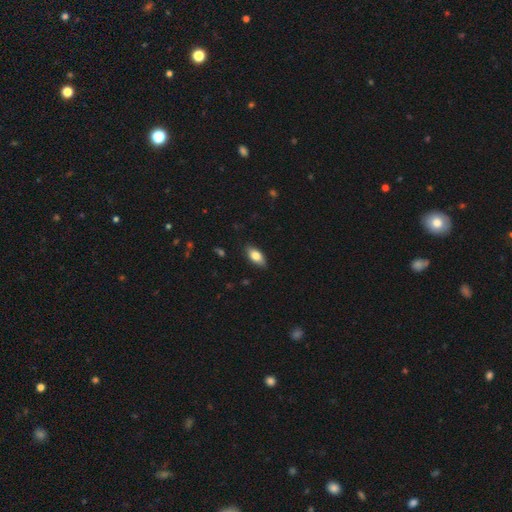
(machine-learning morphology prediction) Smooth or featured? Predicted: smooth (p=0.79). How rounded? Predicted: in between (p=0.89). Merging? Predicted: none (p=0.86).